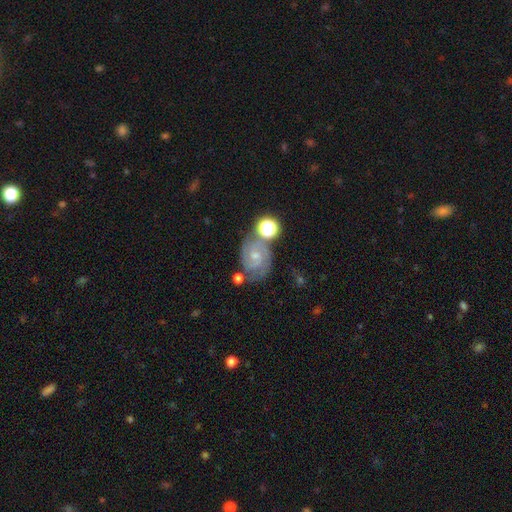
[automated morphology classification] smooth-or-featured: featured or disk: 84% | smooth: 8% | star or artifact: 8%
  disk-edge-on: no: 98% | yes: 2%
    bar: no: 55% | weak: 37% | strong: 8%
    has-spiral-arms: yes: 97% | no: 3%
      spiral-winding: tight: 58% | medium: 36% | loose: 6%
      spiral-arm-count: 2: 76% | 3: 10% | can't tell: 8% | 1: 2% | 4: 2% | more than 4: 2%
    bulge-size: small: 61% | moderate: 32% | none: 4% | large: 2% | dominant: 1%
  merging: none: 65% | minor disturbance: 17% | merger: 12% | major disturbance: 6%